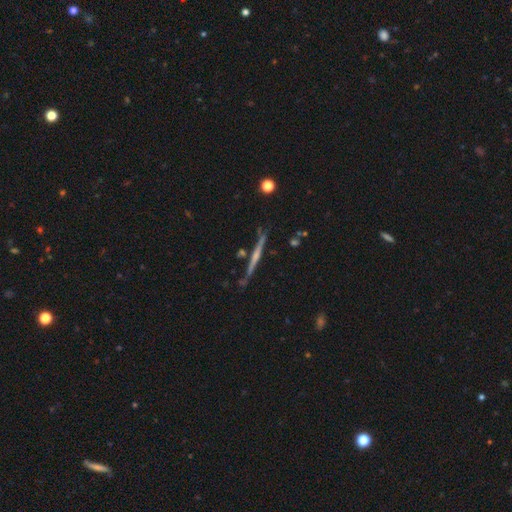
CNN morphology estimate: Overall: featured or disk (72%). Edge-on disk: yes (98%). Edge-on bulge: rounded (48%; none 43%). Merging: none (85%).